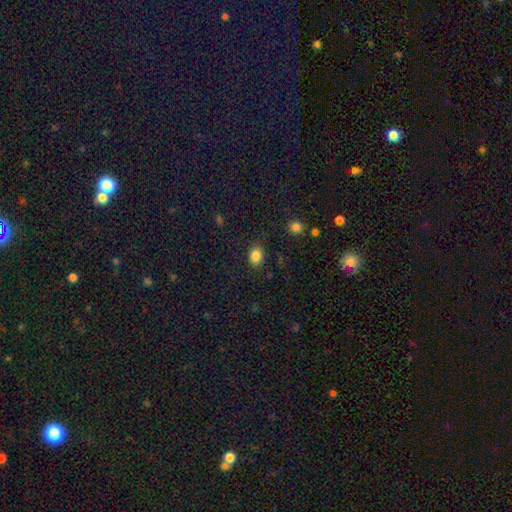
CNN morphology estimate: A smooth galaxy with no disk features (85%) that is in between round and cigar-shaped (60%).

Vote fractions:
- Smooth or featured? smooth: 85% / star or artifact: 10% / featured or disk: 5%
- How rounded? in between: 60% / round: 39% / cigar-shaped: 1%
- Merging? none: 83% / minor disturbance: 12% / major disturbance: 3% / merger: 2%